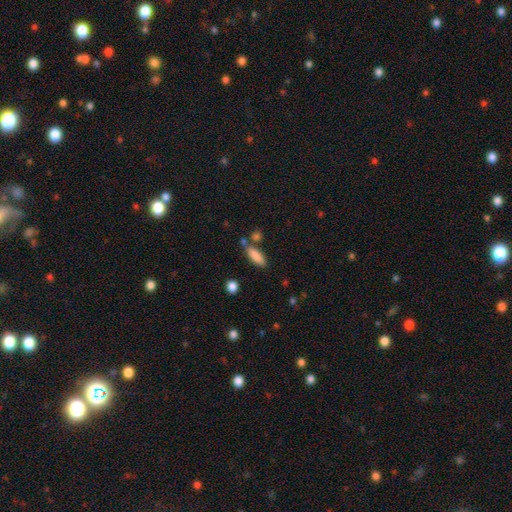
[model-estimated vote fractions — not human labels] The model was most divided on "how rounded": in between: 54%, cigar-shaped: 44%, round: 2%. More confident: smooth or featured — smooth (85%); merging — none (67%).